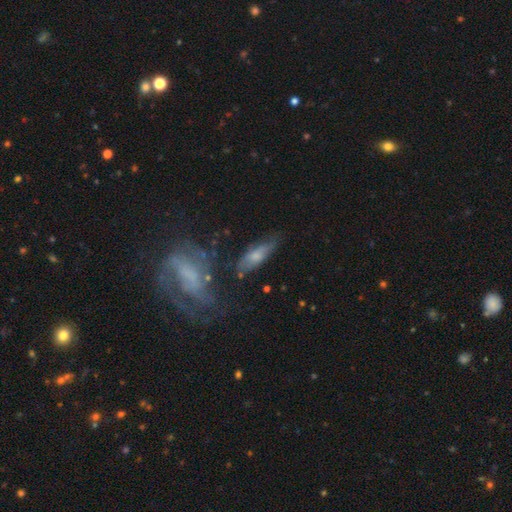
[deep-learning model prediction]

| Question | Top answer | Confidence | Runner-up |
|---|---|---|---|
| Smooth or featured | smooth | 50% | featured or disk (41%) |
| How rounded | cigar-shaped | 49% | in between (47%) |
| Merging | none | 61% | minor disturbance (24%) |